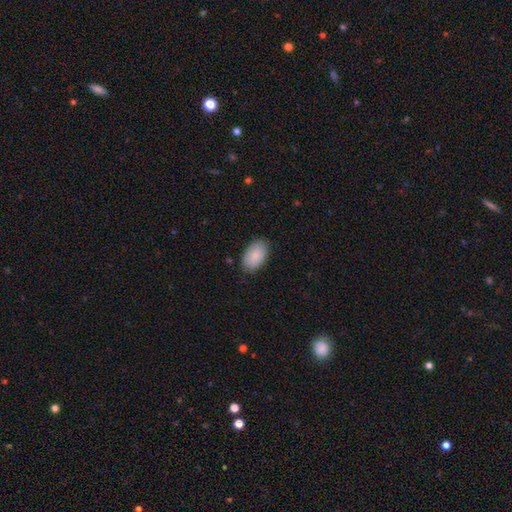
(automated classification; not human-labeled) Morphology: type=smooth (89%); roundness=in between (93%); merging=none (84%).